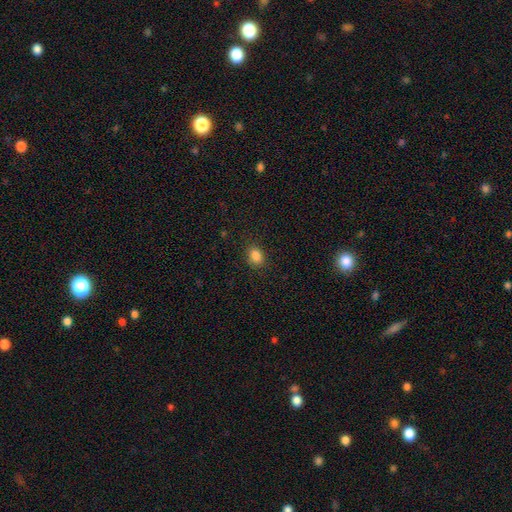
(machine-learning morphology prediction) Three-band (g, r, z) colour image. It shows a smooth galaxy with no disk features (85%) that is in between round and cigar-shaped (63%). Merging: none (85%).